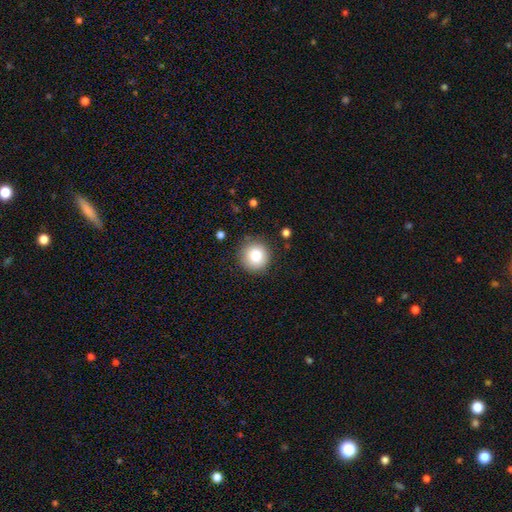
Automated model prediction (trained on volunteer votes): This appears to be a smooth galaxy with no disk features (84%) that is round (94%). Merging: none (87%).